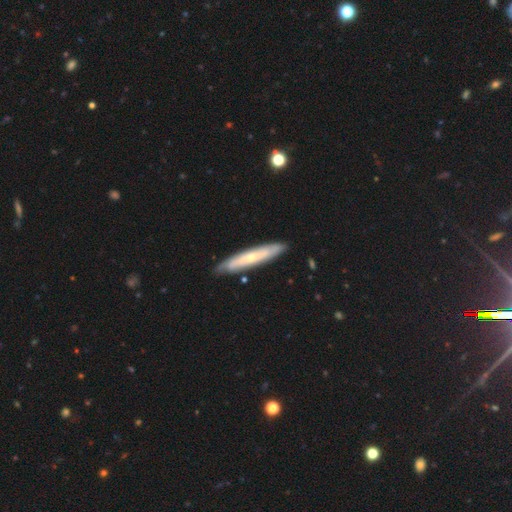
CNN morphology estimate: A featured or disk galaxy (53%) viewed edge-on (75%). Merging: none (87%).